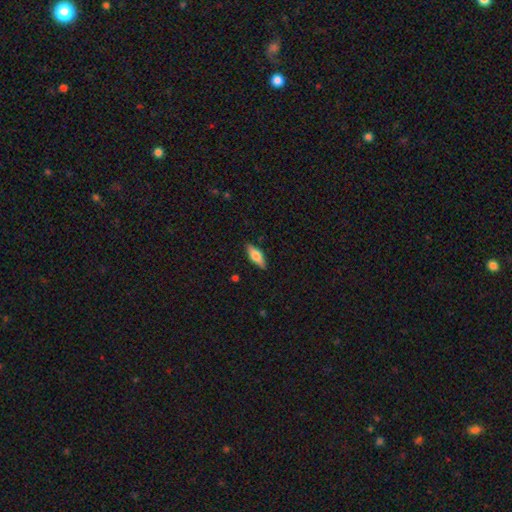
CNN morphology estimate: This appears to be a smooth galaxy with no disk features (66%) that is in between round and cigar-shaped (70%). Merging: none (87%).